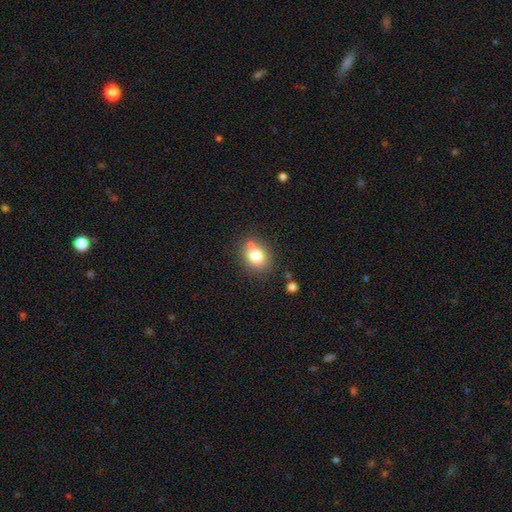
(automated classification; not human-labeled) The model was most divided on "how rounded": round: 59%, in between: 40%, cigar-shaped: 1%. More confident: smooth or featured — smooth (78%); merging — none (68%).